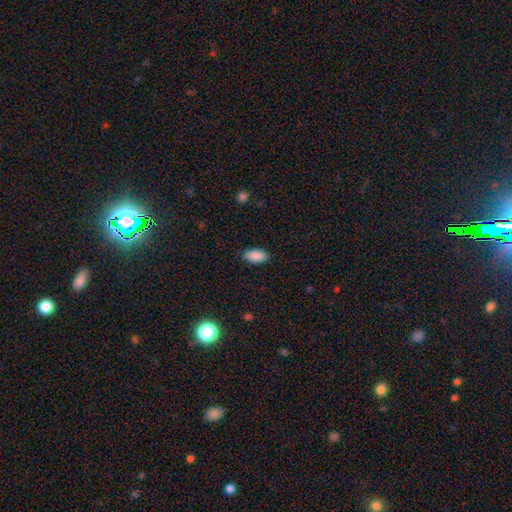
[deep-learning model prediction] smooth 89%, star or artifact 7%, featured or disk 4%. Down the decision tree: how rounded — in between (93%); merging — none (84%).